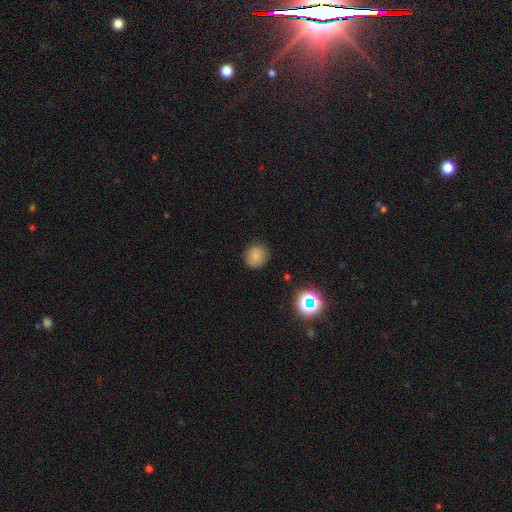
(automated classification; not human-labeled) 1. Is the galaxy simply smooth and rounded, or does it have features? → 79% smooth, 14% star or artifact, 6% featured or disk.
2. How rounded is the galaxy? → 88% round, 11% in between, 1% cigar-shaped.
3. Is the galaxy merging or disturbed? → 85% none, 10% minor disturbance, 3% major disturbance, 1% merger.